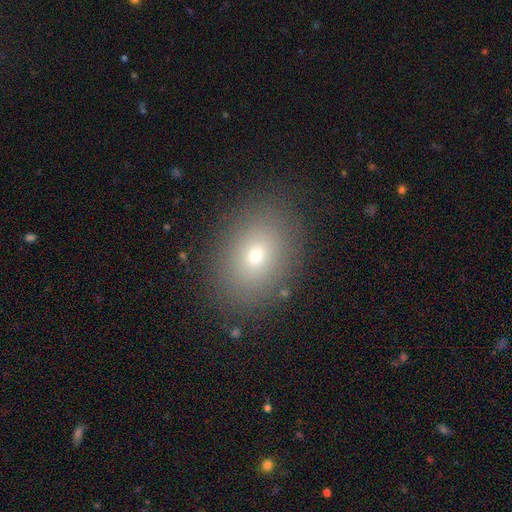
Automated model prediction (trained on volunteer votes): Smooth or featured: smooth — 70% (star or artifact — 16%)
How rounded: in between — 65% (round — 34%)
Merging: none — 87% (minor disturbance — 8%)